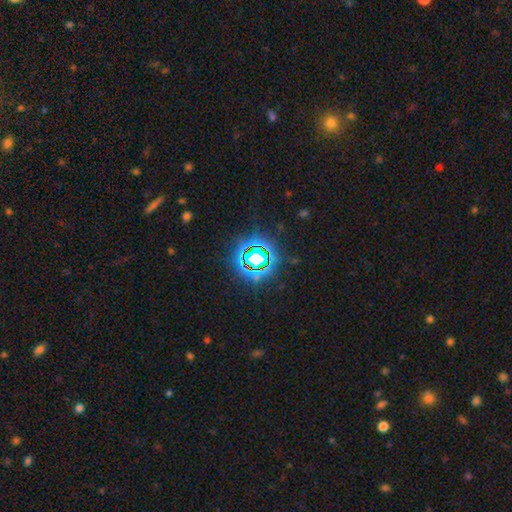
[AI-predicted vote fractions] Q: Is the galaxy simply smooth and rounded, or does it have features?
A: star or artifact — 77%.